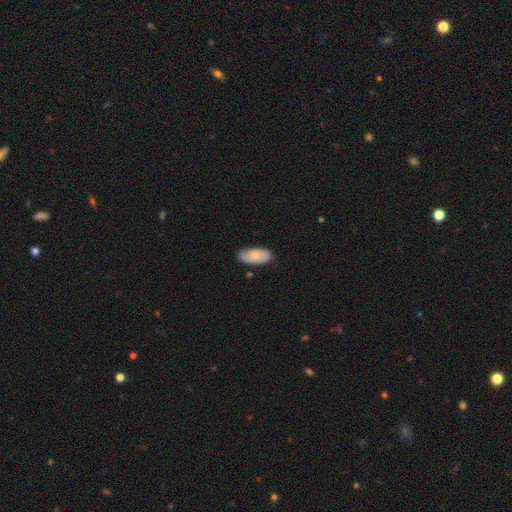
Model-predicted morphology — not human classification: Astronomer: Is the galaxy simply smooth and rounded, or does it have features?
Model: smooth — 69%.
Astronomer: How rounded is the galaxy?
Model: in between — 92%.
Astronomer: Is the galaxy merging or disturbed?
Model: none — 70%.